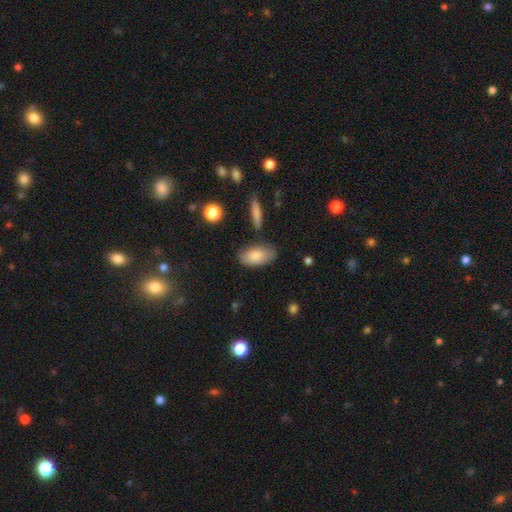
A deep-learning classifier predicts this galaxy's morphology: Overall: smooth (83%). How rounded: in between (92%). Merging: none (75%).